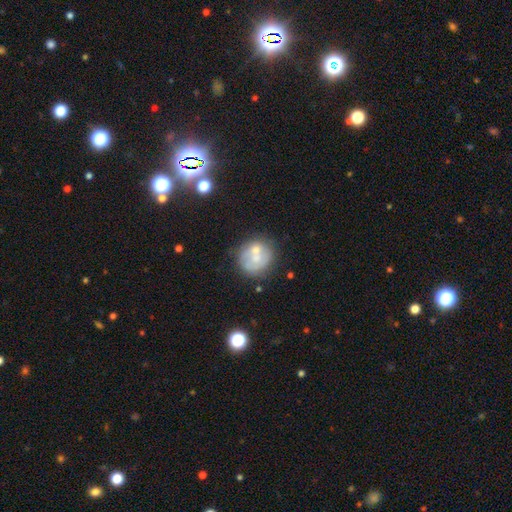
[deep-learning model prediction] Smooth or featured: smooth — 50% (featured or disk — 41%)
How rounded: round — 80% (in between — 19%)
Merging: none — 50% (merger — 24%)